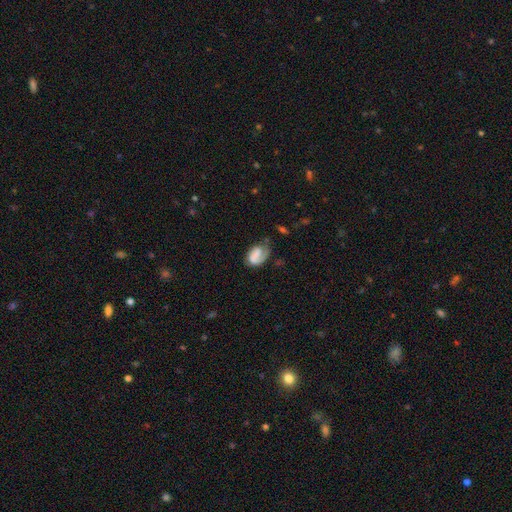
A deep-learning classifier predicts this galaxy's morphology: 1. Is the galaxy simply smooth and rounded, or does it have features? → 49% featured or disk, 43% smooth, 8% star or artifact.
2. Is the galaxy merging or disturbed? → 41% none, 29% major disturbance, 25% minor disturbance, 5% merger.